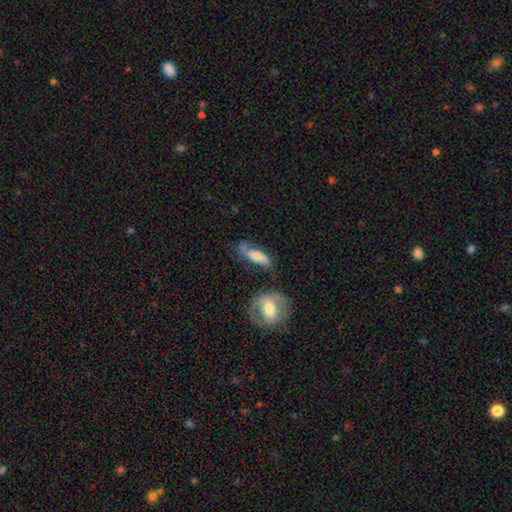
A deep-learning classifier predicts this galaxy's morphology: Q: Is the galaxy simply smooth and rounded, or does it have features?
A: featured or disk — 47%.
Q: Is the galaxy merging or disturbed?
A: none — 47%.